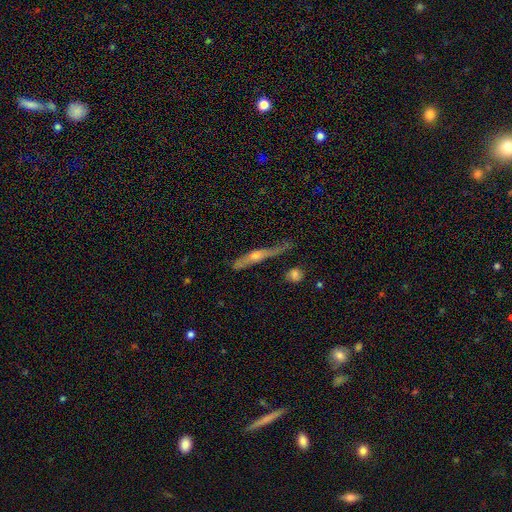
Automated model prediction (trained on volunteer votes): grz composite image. It shows a featured or disk galaxy (72%) viewed edge-on (92%) with a rounded central bulge (85%). Merging: none (70%).